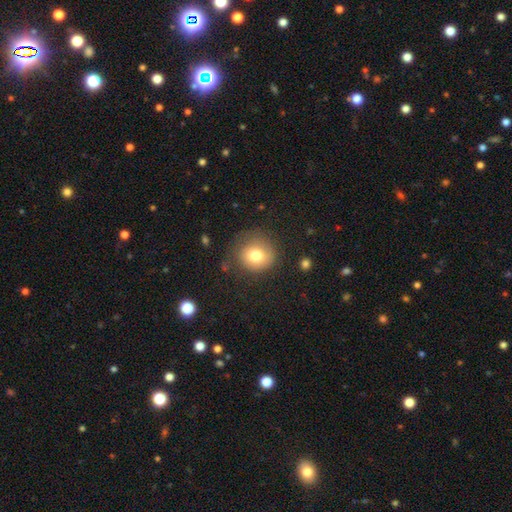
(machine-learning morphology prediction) The model was most divided on "merging": none: 73%, minor disturbance: 18%, major disturbance: 8%, merger: 2%. More confident: how rounded — round (87%); smooth or featured — smooth (77%).